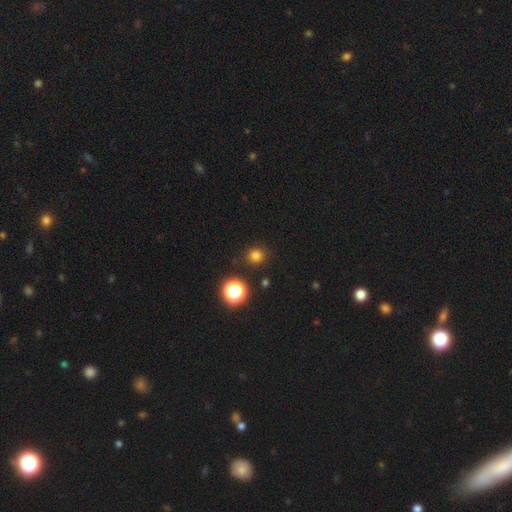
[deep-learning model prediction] Smooth or featured?
  - smooth: 78% *
  - star or artifact: 18%
  - featured or disk: 4%
How rounded?
  - round: 91% *
  - in between: 8%
  - cigar-shaped: 1%
Merging?
  - none: 88% *
  - minor disturbance: 8%
  - major disturbance: 3%
  - merger: 2%